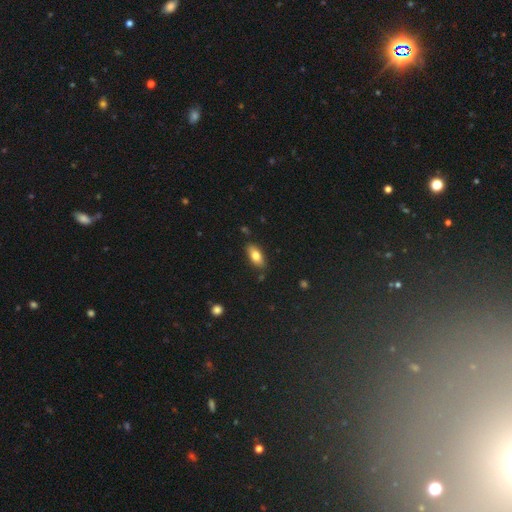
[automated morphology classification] smooth-or-featured: smooth: 77% | featured or disk: 16% | star or artifact: 7%
  how-rounded: in between: 86% | cigar-shaped: 11% | round: 3%
  merging: none: 84% | minor disturbance: 12% | major disturbance: 2% | merger: 2%